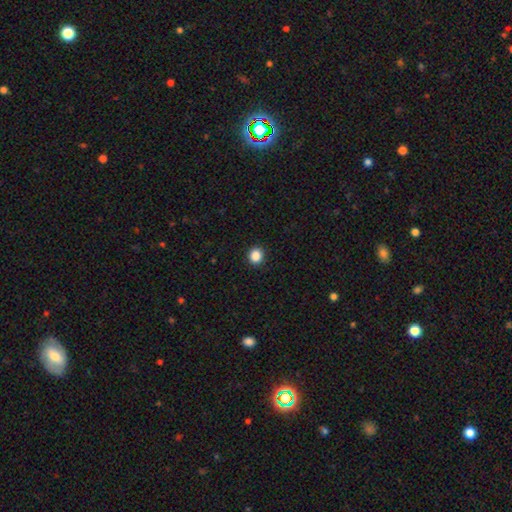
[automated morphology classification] Q: Smooth or featured?
A: smooth (87%); runner-up: star or artifact (10%)
Q: How rounded?
A: round (88%); runner-up: in between (11%)
Q: Merging?
A: none (93%); runner-up: minor disturbance (5%)